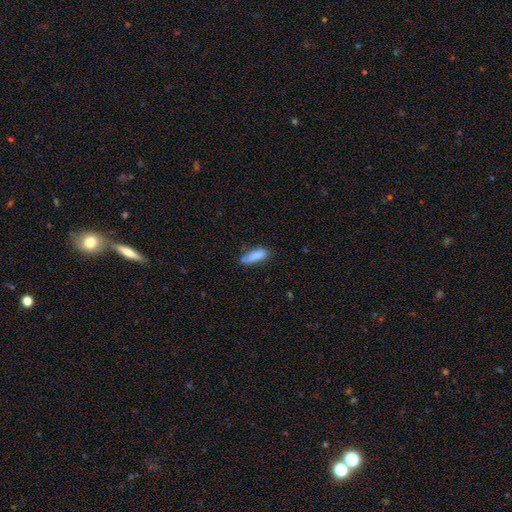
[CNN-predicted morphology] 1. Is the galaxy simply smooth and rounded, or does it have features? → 85% smooth, 8% featured or disk, 8% star or artifact.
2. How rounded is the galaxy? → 56% in between, 42% cigar-shaped, 2% round.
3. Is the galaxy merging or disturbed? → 58% none, 30% minor disturbance, 7% major disturbance, 6% merger.